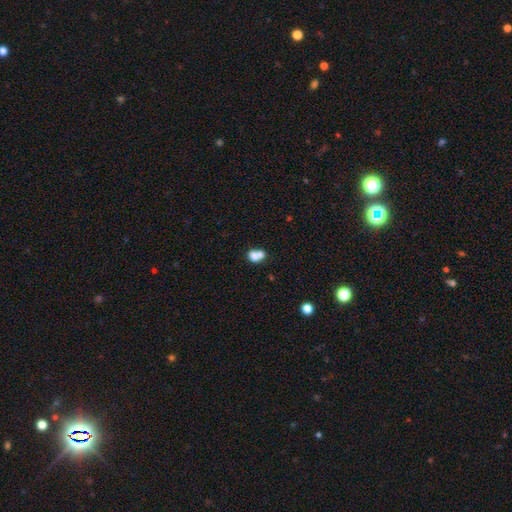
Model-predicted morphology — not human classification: Smooth or featured: smooth — 71% (featured or disk — 18%)
How rounded: in between — 50% (round — 49%)
Merging: merger — 65% (none — 24%)